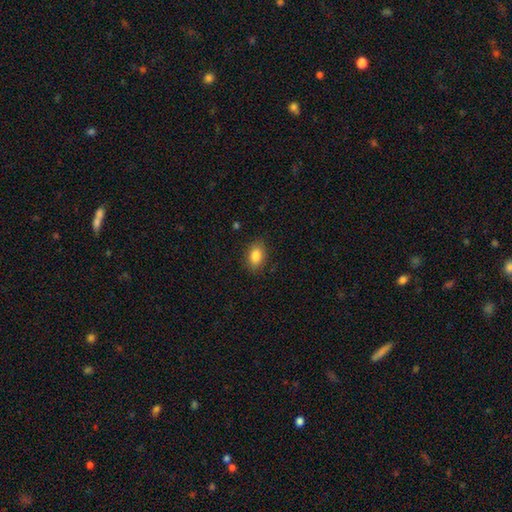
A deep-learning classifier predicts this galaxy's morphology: smooth_or_featured: smooth (p=0.85) [alt: star or artifact p=0.08]
how_rounded: in between (p=0.84) [alt: round p=0.14]
merging: none (p=0.85) [alt: minor disturbance p=0.11]